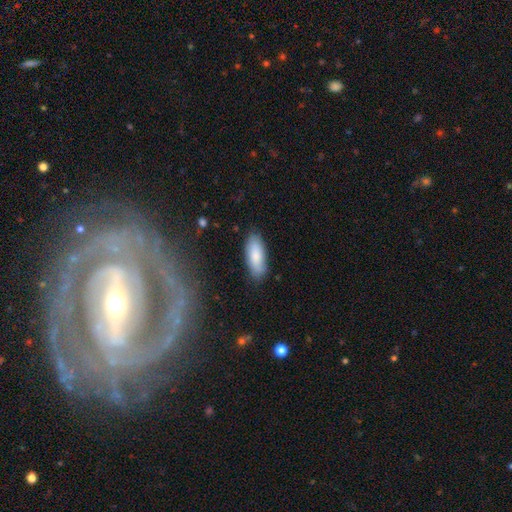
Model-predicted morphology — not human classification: A smooth galaxy with no disk features (81%) that is in between round and cigar-shaped (76%). Merging: none (82%).